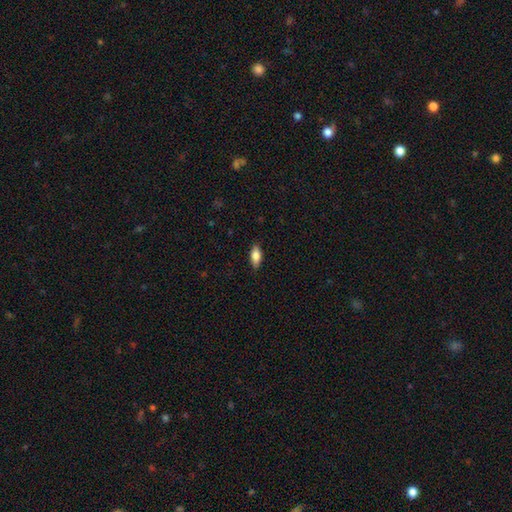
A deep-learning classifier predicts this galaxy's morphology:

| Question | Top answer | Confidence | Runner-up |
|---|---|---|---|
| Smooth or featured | smooth | 78% | featured or disk (15%) |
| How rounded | in between | 82% | cigar-shaped (15%) |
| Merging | none | 87% | minor disturbance (10%) |